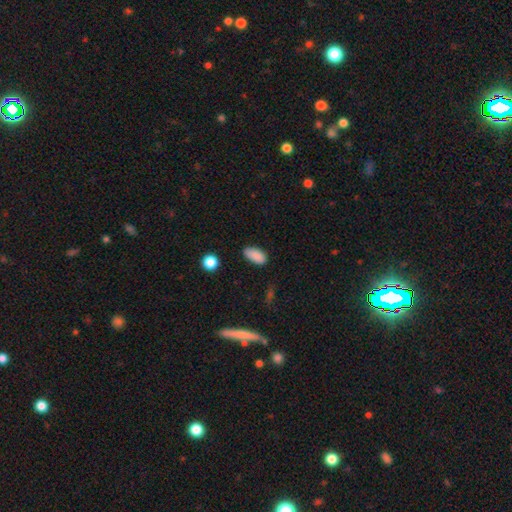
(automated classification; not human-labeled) Smooth or featured: smooth — 87% (star or artifact — 9%)
How rounded: in between — 91% (cigar-shaped — 6%)
Merging: none — 81% (minor disturbance — 15%)